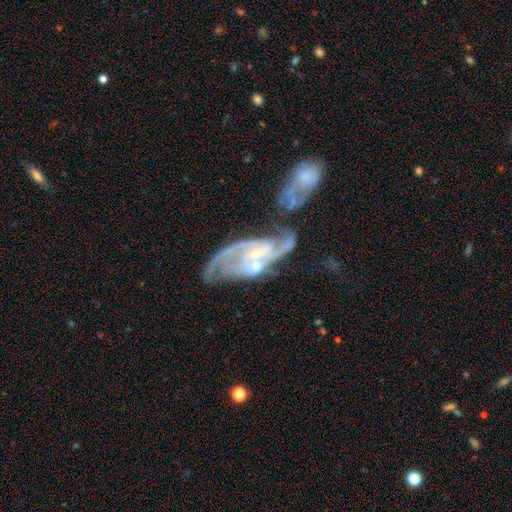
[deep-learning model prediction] This is clearly a featured or disk galaxy (88%). It is clearly not viewed edge-on (95%). Bar: possibly no (47%). Spiral arm pattern: clearly yes (96%). Spiral arm count: likely 2 (60%). Spiral winding: possibly medium (46%). Central bulge: likely small (65%). Merging: marginally merger (35%).